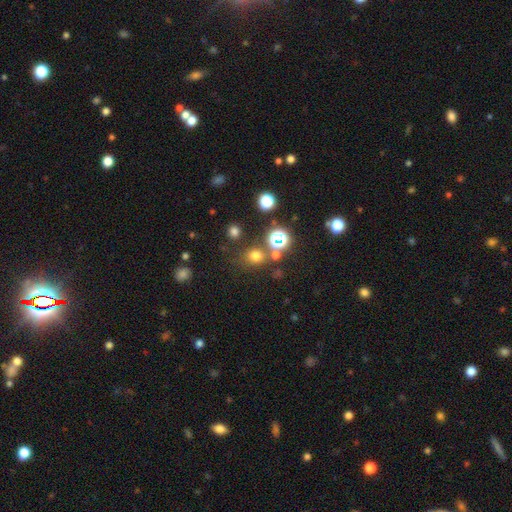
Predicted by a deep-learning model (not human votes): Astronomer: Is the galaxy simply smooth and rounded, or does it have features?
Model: smooth — 67%.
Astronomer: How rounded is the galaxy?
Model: round — 81%.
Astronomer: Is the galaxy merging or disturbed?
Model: none — 73%.